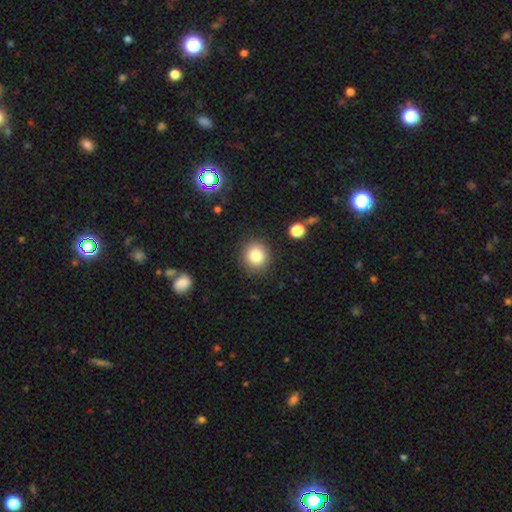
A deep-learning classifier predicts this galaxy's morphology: smooth_or_featured: smooth (p=0.83) [alt: star or artifact p=0.11]
how_rounded: round (p=0.89) [alt: in between p=0.10]
merging: none (p=0.88) [alt: minor disturbance p=0.07]